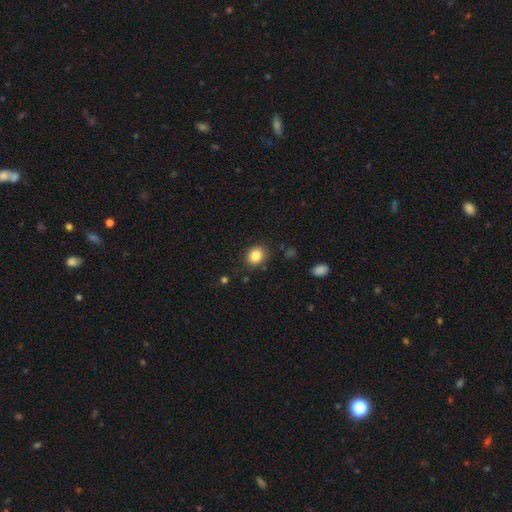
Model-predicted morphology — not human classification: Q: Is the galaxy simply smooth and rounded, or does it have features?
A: smooth — 84%.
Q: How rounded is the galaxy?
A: round — 58%.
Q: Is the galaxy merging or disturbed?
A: none — 86%.